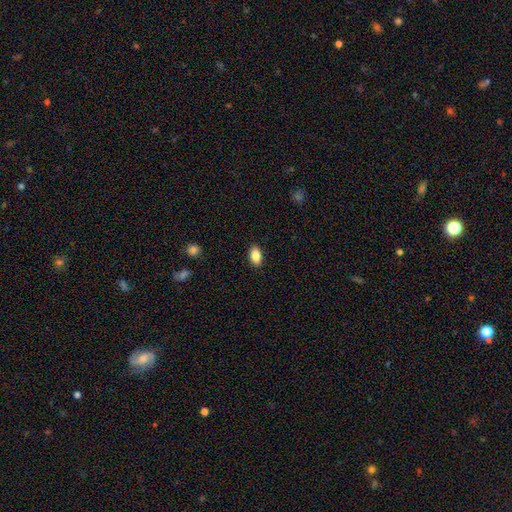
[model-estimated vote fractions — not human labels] This appears to be a smooth galaxy with no disk features (86%) that is in between round and cigar-shaped (91%). Merging: none (89%).